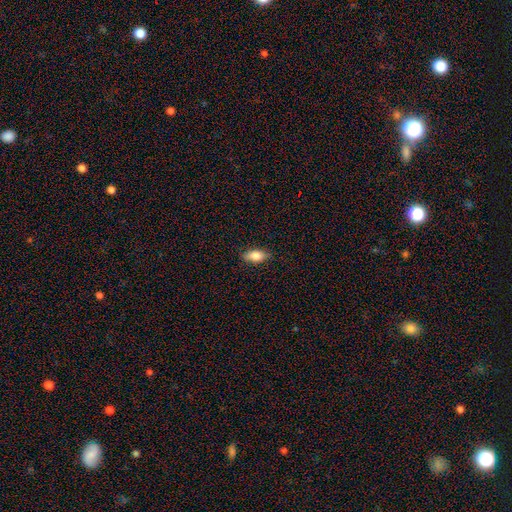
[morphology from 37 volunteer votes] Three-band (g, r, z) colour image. It shows a smooth galaxy with no disk features (81%) that is in between round and cigar-shaped (83%). Merging: none (74%).